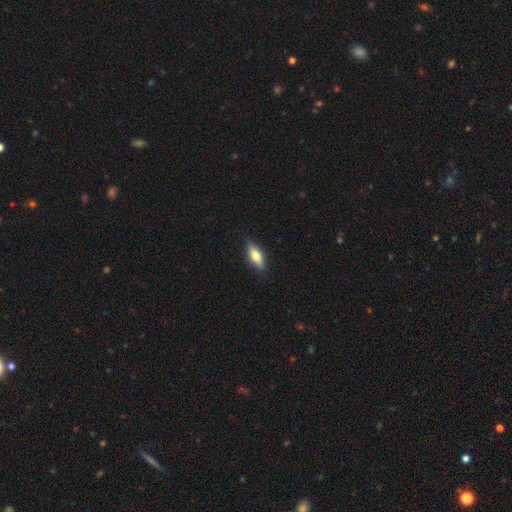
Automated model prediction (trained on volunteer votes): smooth-or-featured: smooth: 58% | featured or disk: 35% | star or artifact: 7%
  how-rounded: in between: 57% | cigar-shaped: 41% | round: 3%
  merging: none: 86% | minor disturbance: 11% | major disturbance: 2% | merger: 1%